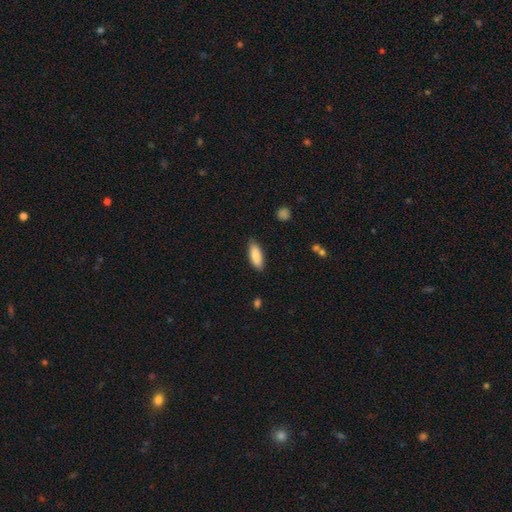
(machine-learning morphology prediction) Overall: smooth (87%). How rounded: in between (69%; cigar-shaped 29%). Merging: none (85%).